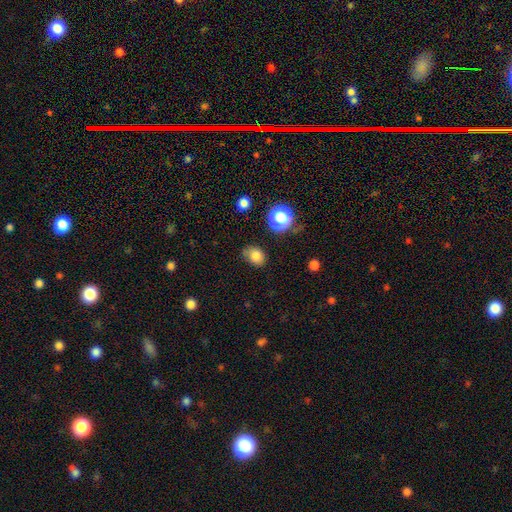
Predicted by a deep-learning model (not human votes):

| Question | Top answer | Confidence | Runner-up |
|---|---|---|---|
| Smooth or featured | smooth | 80% | star or artifact (13%) |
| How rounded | in between | 57% | round (42%) |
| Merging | none | 66% | minor disturbance (25%) |